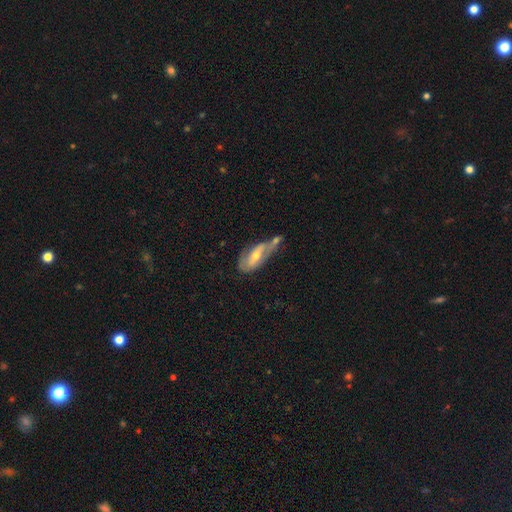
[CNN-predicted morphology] This is possibly a featured or disk galaxy (56%). It is clearly not viewed edge-on (84%). Merging: marginally merger (35%).